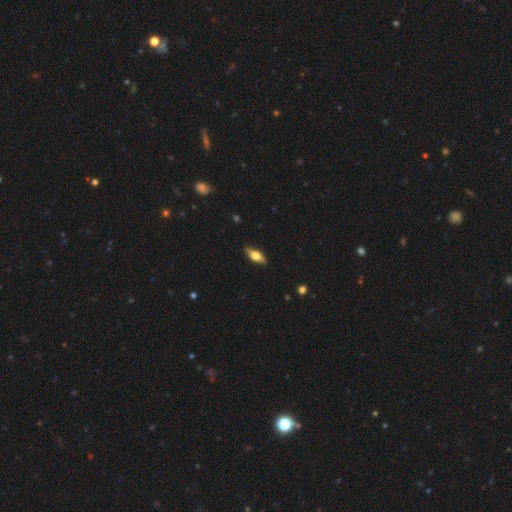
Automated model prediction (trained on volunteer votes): Smooth or featured: smooth — 57% (featured or disk — 37%)
How rounded: in between — 71% (cigar-shaped — 26%)
Merging: none — 86% (minor disturbance — 11%)